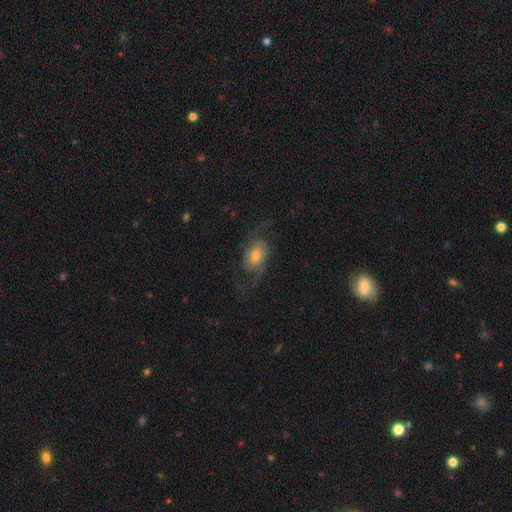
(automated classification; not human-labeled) Smooth or featured?
  - featured or disk: 74% *
  - smooth: 18%
  - star or artifact: 8%
Edge-on disk?
  - no: 96% *
  - yes: 4%
Bar?
  - no: 64% *
  - weak: 30%
  - strong: 6%
Spiral arms?
  - yes: 92% *
  - no: 8%
Spiral winding?
  - loose: 46% *
  - medium: 42%
  - tight: 12%
Spiral arm count?
  - 2: 86% *
  - can't tell: 6%
  - 3: 3%
  - 1: 2%
  - 4: 2%
  - more than 4: 2%
Bulge size?
  - moderate: 53% *
  - small: 28%
  - large: 13%
  - none: 3%
  - dominant: 2%
Merging?
  - none: 65% *
  - major disturbance: 18%
  - minor disturbance: 15%
  - merger: 1%